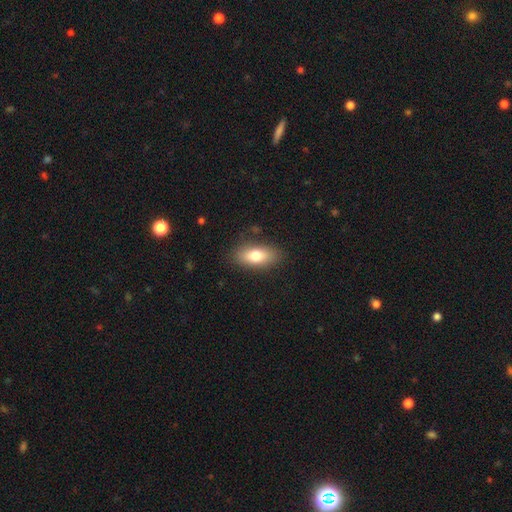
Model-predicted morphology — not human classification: smooth-or-featured: smooth: 75% | featured or disk: 18% | star or artifact: 8%
  how-rounded: in between: 82% | cigar-shaped: 13% | round: 5%
  merging: none: 84% | minor disturbance: 12% | major disturbance: 3% | merger: 1%